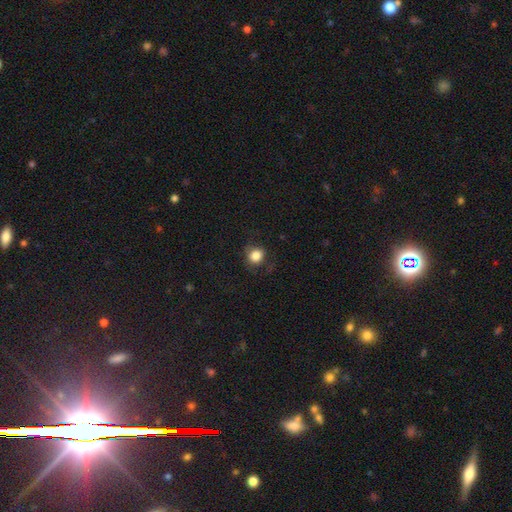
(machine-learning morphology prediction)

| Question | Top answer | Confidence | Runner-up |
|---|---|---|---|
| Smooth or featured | smooth | 83% | star or artifact (10%) |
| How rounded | round | 80% | in between (19%) |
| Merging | none | 78% | minor disturbance (15%) |